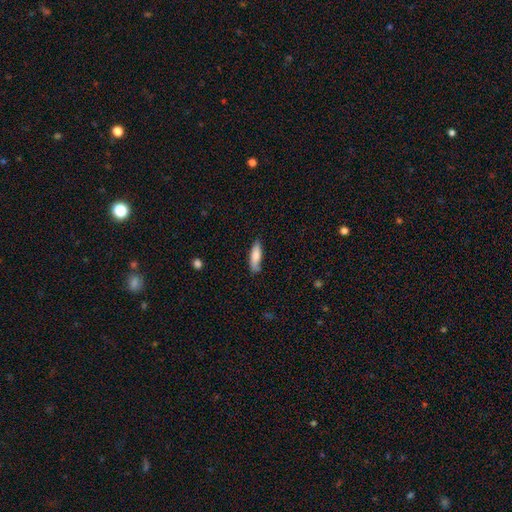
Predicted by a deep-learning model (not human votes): Smooth or featured? smooth (79%)
How rounded? cigar-shaped (55%)
Merging? none (73%)